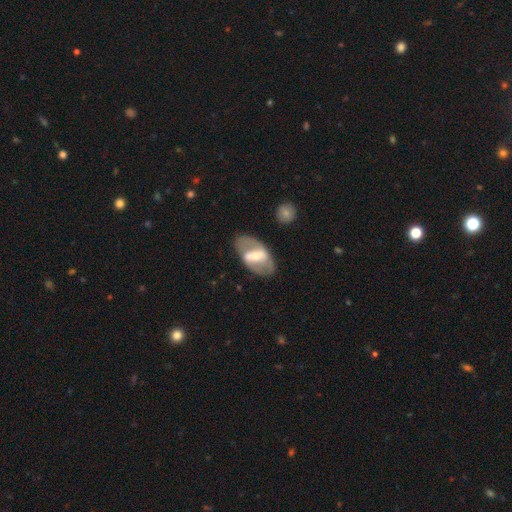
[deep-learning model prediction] smooth_or_featured: featured or disk (p=0.68) [alt: smooth p=0.26]
disk_edge_on: no (p=0.90) [alt: yes p=0.10]
bar: strong (p=0.65) [alt: weak p=0.24]
has_spiral_arms: no (p=0.57) [alt: yes p=0.43]
bulge_size: moderate (p=0.45) [alt: small p=0.42]
merging: none (p=0.70) [alt: minor disturbance p=0.16]